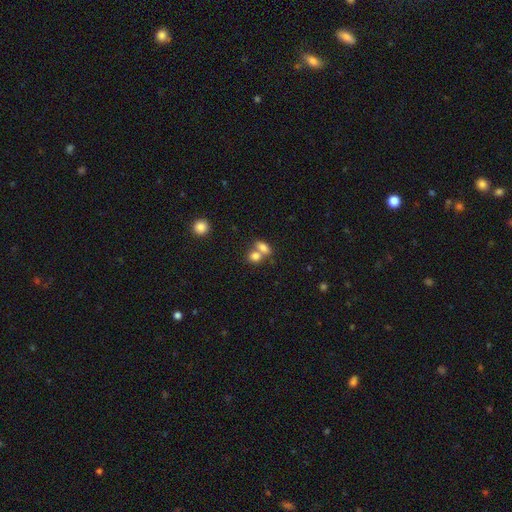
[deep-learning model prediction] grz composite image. It shows a smooth galaxy with no disk features (80%) that is in between round and cigar-shaped (63%). Merging: merger (55%).